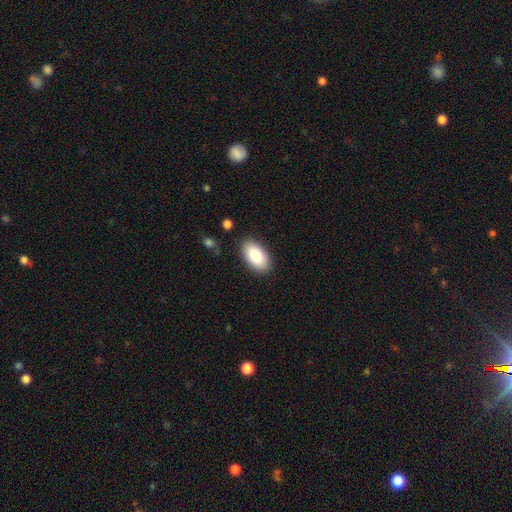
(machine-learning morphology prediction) type=smooth (85%); roundness=in between (95%); merging=none (87%).